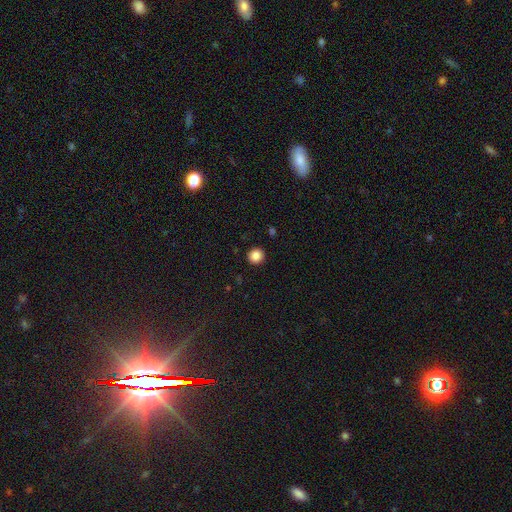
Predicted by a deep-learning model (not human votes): The model was most divided on "smooth or featured": smooth: 86%, star or artifact: 10%, featured or disk: 4%. More confident: how rounded — round (94%); merging — none (93%).